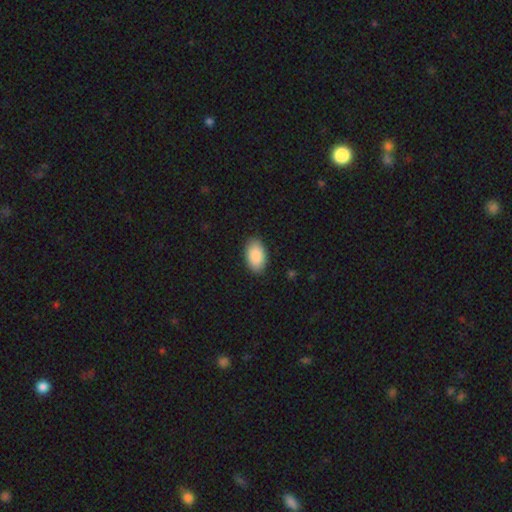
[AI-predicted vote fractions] Smooth or featured?
  - smooth: 90% *
  - star or artifact: 6%
  - featured or disk: 4%
How rounded?
  - in between: 95% *
  - round: 4%
  - cigar-shaped: 1%
Merging?
  - none: 88% *
  - minor disturbance: 9%
  - major disturbance: 2%
  - merger: 1%